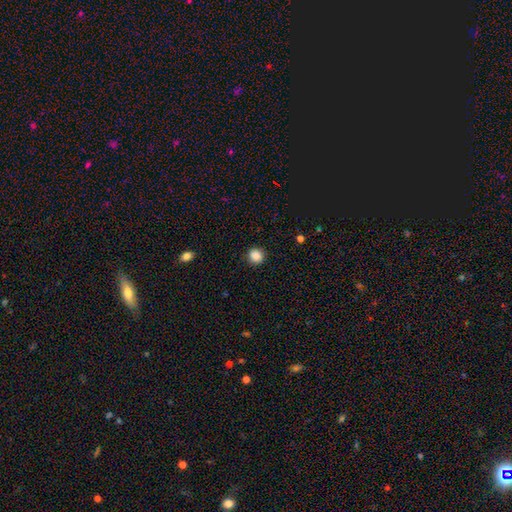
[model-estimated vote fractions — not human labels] A smooth galaxy with no disk features (87%) that is round (89%).

Vote fractions:
- Smooth or featured? smooth: 87% / star or artifact: 10% / featured or disk: 3%
- How rounded? round: 89% / in between: 10% / cigar-shaped: 1%
- Merging? none: 89% / minor disturbance: 7% / major disturbance: 2% / merger: 1%